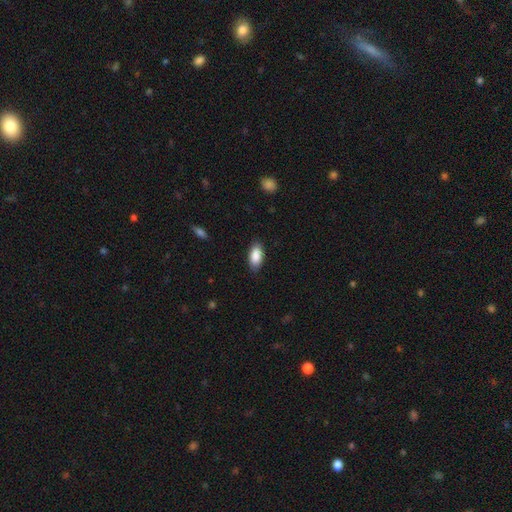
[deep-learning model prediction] Smooth or featured? Predicted: smooth (p=0.88). How rounded? Predicted: in between (p=0.92). Merging? Predicted: none (p=0.85).